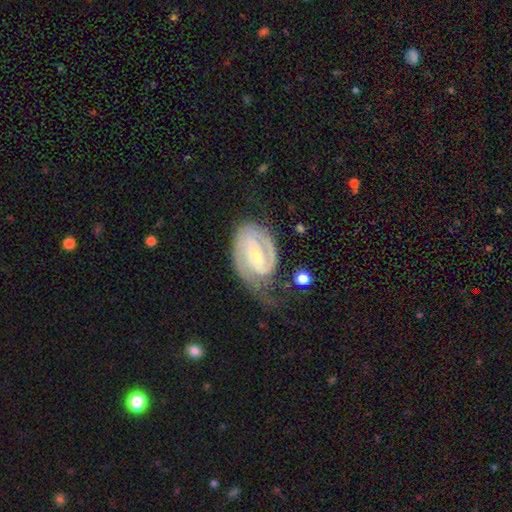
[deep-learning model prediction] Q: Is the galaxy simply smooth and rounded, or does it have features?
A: featured or disk — 87%.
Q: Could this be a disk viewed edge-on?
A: no — 97%.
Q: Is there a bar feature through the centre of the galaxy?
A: weak — 46%.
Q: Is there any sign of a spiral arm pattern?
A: yes — 96%.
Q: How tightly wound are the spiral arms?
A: tight — 58%.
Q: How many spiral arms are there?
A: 2 — 64%.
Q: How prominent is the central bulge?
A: small — 64%.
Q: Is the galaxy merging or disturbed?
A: none — 46%.